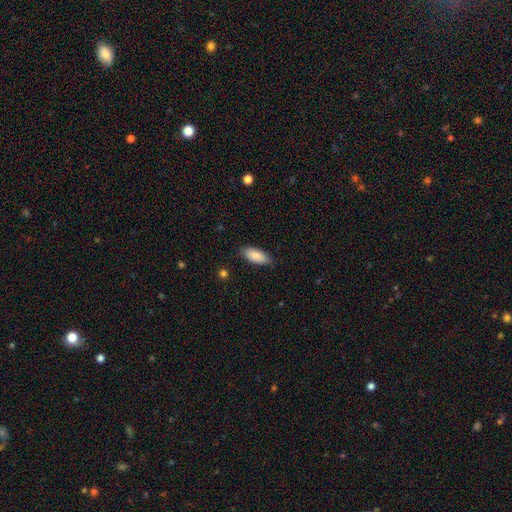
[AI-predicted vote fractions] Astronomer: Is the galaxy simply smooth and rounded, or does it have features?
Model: smooth — 87%.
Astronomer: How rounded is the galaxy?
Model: in between — 86%.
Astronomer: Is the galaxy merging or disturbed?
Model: none — 83%.